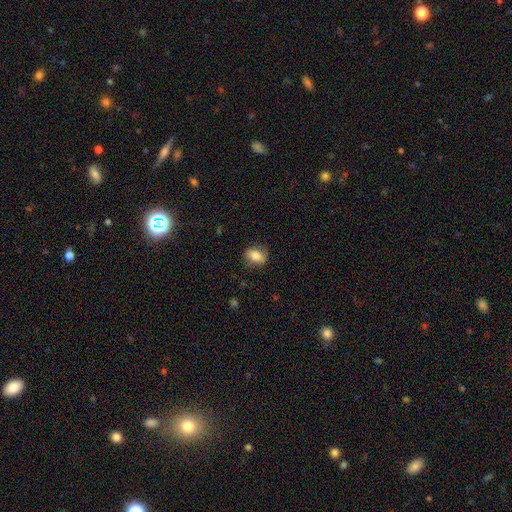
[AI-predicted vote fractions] Overall: smooth (80%). How rounded: in between (69%; round 29%). Merging: none (81%).